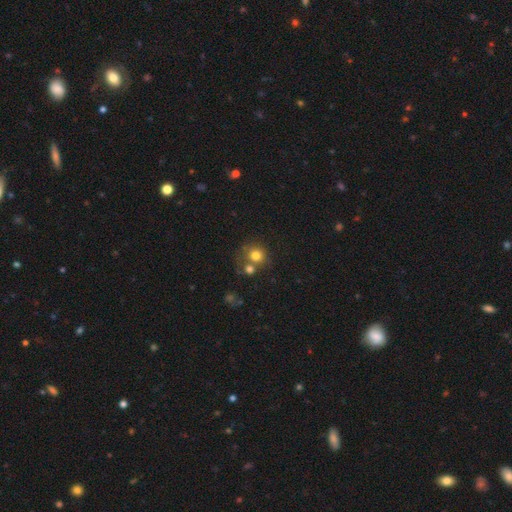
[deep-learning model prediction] smooth-or-featured: smooth: 77% | star or artifact: 12% | featured or disk: 11%
  how-rounded: round: 86% | in between: 13% | cigar-shaped: 1%
  merging: none: 50% | merger: 34% | minor disturbance: 11% | major disturbance: 6%